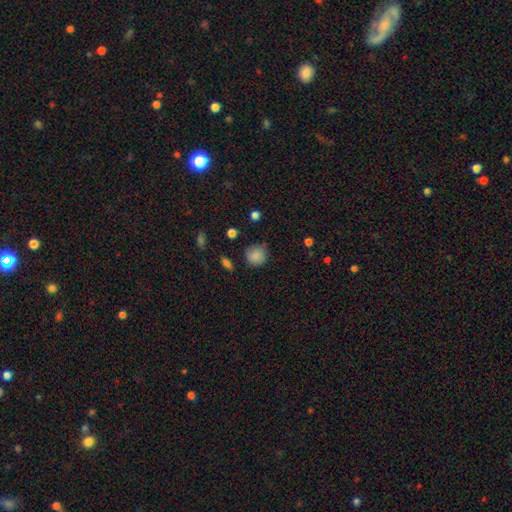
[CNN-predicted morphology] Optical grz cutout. It shows a smooth galaxy with no disk features (86%) that is round (91%). Merging: none (83%).